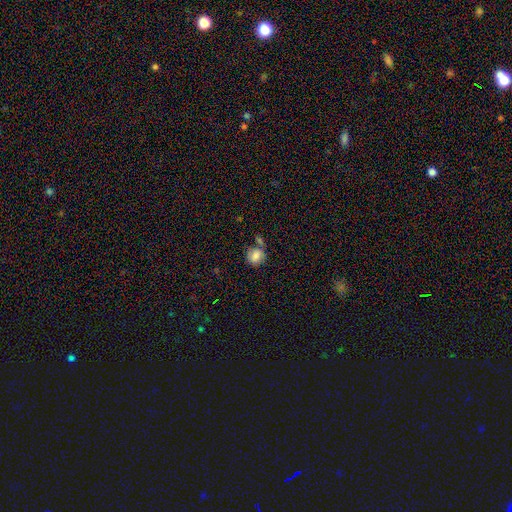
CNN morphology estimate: This appears to be a smooth galaxy with no disk features (78%) that is round (70%). Merging: none (55%).